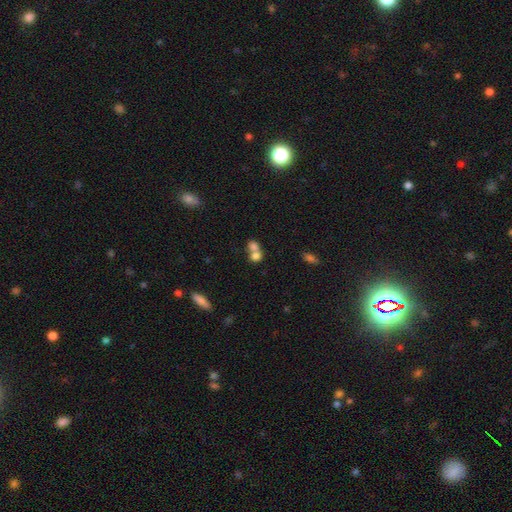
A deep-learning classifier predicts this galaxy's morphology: Overall: smooth (74%). How rounded: round (59%; in between 40%). Merging: merger (64%; none 27%).